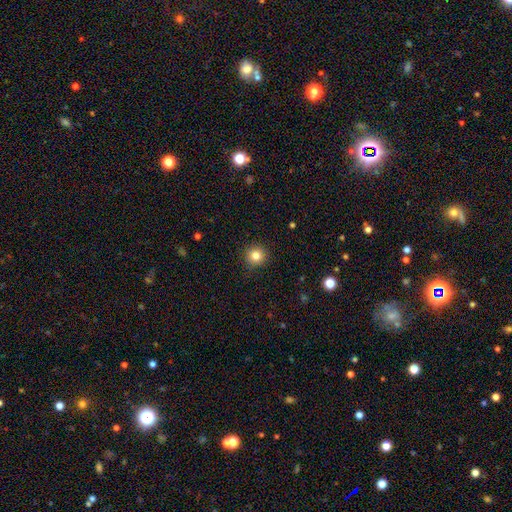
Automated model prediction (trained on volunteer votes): A smooth galaxy with no disk features (83%) that is round (93%).

Vote fractions:
- Smooth or featured? smooth: 83% / star or artifact: 11% / featured or disk: 6%
- How rounded? round: 93% / in between: 6% / cigar-shaped: 1%
- Merging? none: 92% / minor disturbance: 6% / major disturbance: 2% / merger: 1%